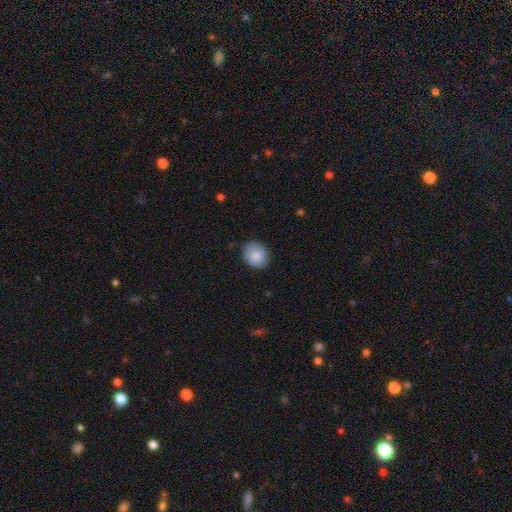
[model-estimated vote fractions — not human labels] Morphology: type=smooth (83%); roundness=round (71%); merging=none (81%).